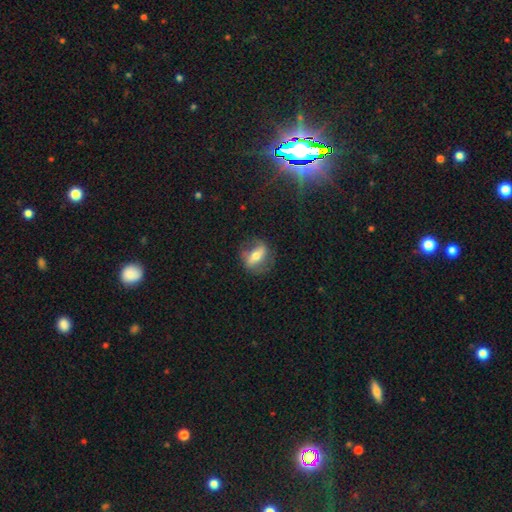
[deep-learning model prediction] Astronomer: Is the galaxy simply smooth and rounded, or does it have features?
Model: featured or disk — 56% (runner-up: smooth, 36%).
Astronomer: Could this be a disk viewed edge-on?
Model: no — 78%.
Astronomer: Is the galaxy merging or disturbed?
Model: none — 70%.